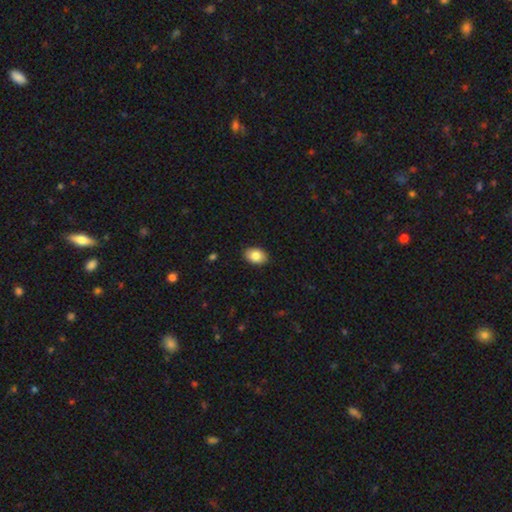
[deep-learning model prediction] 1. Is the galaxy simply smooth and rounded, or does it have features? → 84% smooth, 9% featured or disk, 7% star or artifact.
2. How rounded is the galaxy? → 84% in between, 15% round, 1% cigar-shaped.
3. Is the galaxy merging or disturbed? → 90% none, 8% minor disturbance, 2% major disturbance, 1% merger.